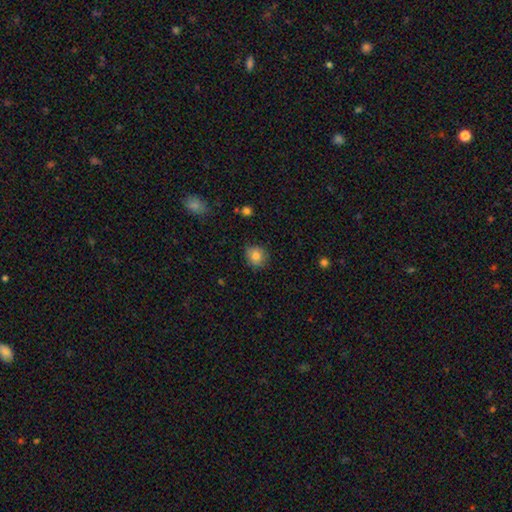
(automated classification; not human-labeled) This appears to be a smooth galaxy with no disk features (83%) that is round (86%). Merging: none (83%).